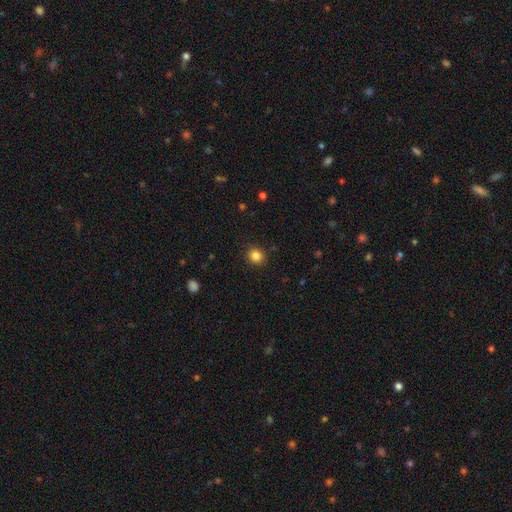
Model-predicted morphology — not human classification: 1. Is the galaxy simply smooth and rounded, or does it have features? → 84% smooth, 11% star or artifact, 4% featured or disk.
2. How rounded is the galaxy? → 83% round, 16% in between, 1% cigar-shaped.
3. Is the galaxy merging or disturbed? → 91% none, 6% minor disturbance, 2% major disturbance, 1% merger.